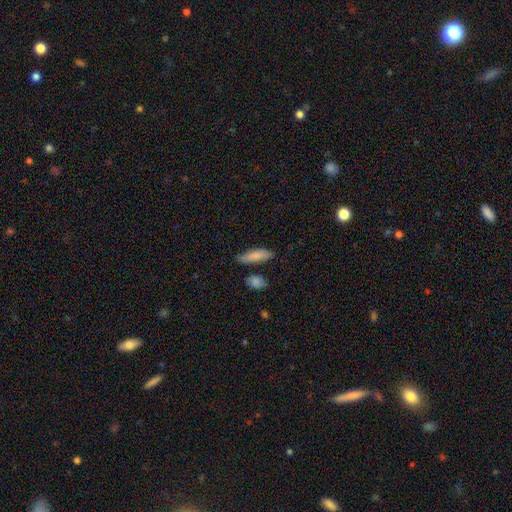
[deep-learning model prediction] This appears to be a smooth galaxy with no disk features (82%) that is cigar-shaped (50%). Merging: none (77%).